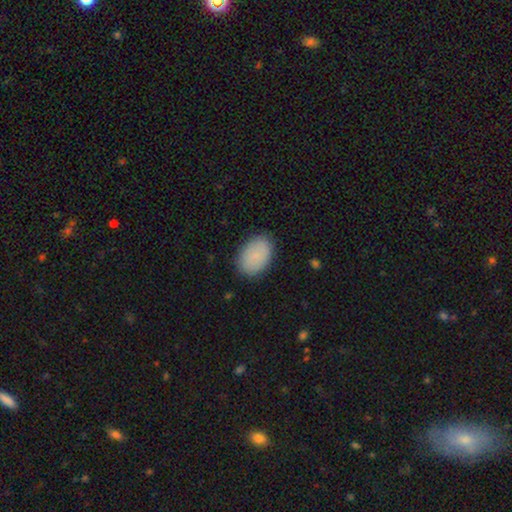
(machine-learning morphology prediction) smooth 87%, star or artifact 7%, featured or disk 6%. Down the decision tree: how rounded — in between (87%); merging — none (86%).